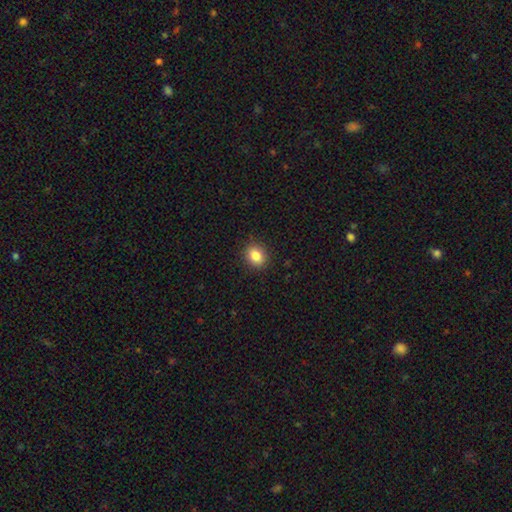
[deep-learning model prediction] This appears to be a smooth galaxy with no disk features (84%) that is round (50%). Merging: none (89%).